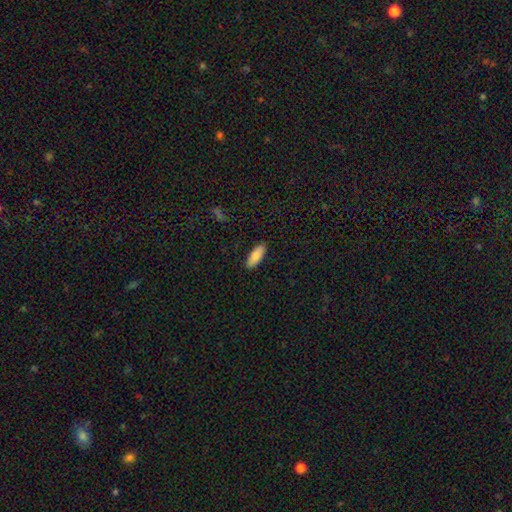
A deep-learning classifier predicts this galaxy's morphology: Overall: smooth (88%). How rounded: in between (69%; cigar-shaped 30%). Merging: none (89%).